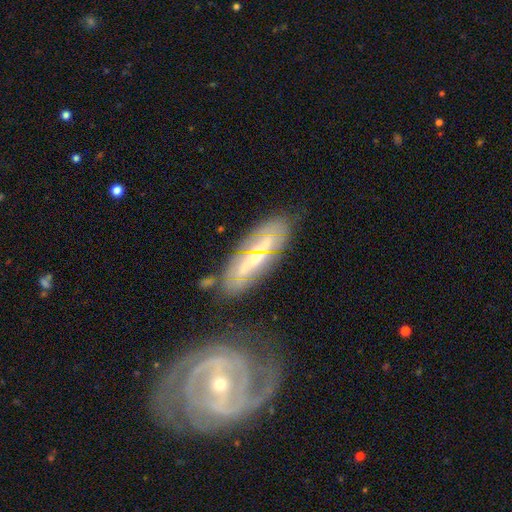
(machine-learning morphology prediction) Smooth or featured?
  - featured or disk: 65% *
  - smooth: 26%
  - star or artifact: 8%
Edge-on disk?
  - no: 78% *
  - yes: 22%
Bar?
  - no: 50% *
  - weak: 34%
  - strong: 16%
Spiral arms?
  - yes: 65% *
  - no: 35%
Bulge size?
  - small: 55% *
  - moderate: 33%
  - none: 7%
  - large: 3%
  - dominant: 2%
Merging?
  - none: 61% *
  - minor disturbance: 20%
  - merger: 11%
  - major disturbance: 8%